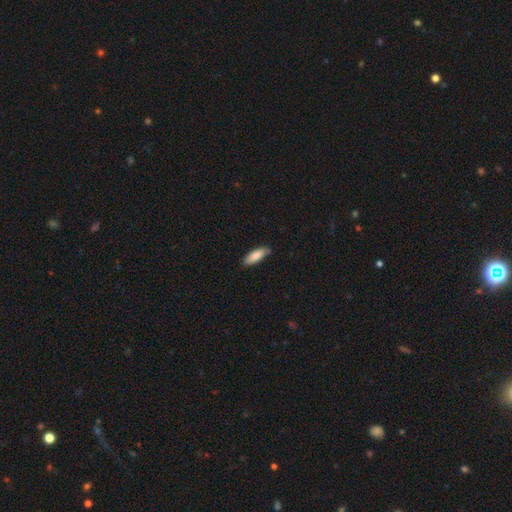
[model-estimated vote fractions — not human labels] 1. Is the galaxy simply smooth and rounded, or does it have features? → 85% smooth, 9% featured or disk, 6% star or artifact.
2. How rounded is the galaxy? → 61% in between, 38% cigar-shaped, 2% round.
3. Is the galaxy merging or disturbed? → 78% none, 18% minor disturbance, 2% major disturbance, 1% merger.